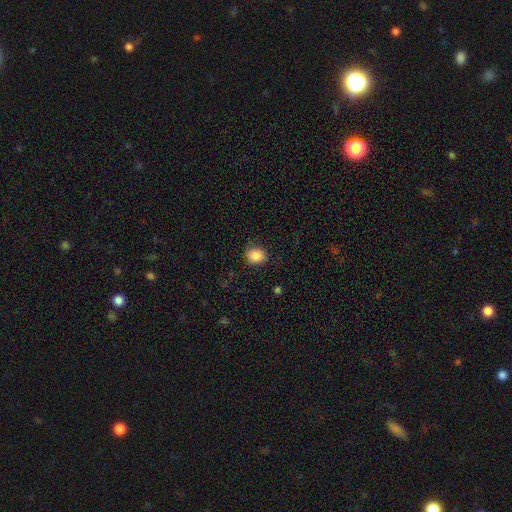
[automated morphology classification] Smooth or featured? smooth (88%)
How rounded? round (55%)
Merging? none (75%)